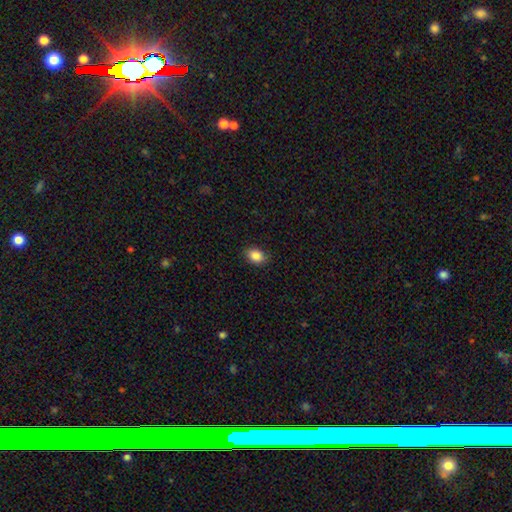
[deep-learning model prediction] Morphology: type=smooth (86%); roundness=in between (66%); merging=none (85%).